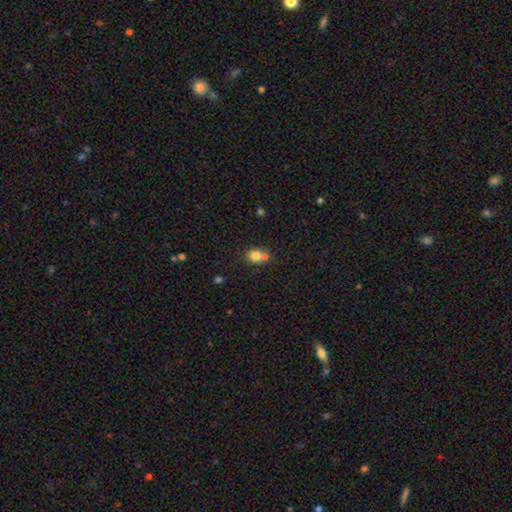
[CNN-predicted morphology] A smooth galaxy with no disk features (78%) that is round (57%). Merging: none (44%).